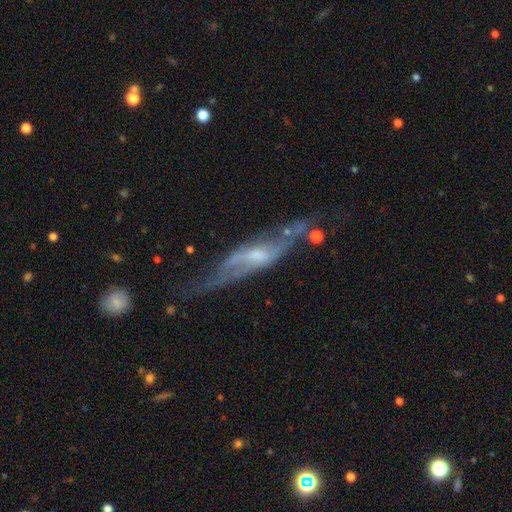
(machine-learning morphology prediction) Overall: featured or disk (79%). Edge-on disk: no (58%; yes 42%). Merging: none (52%; minor disturbance 23%).